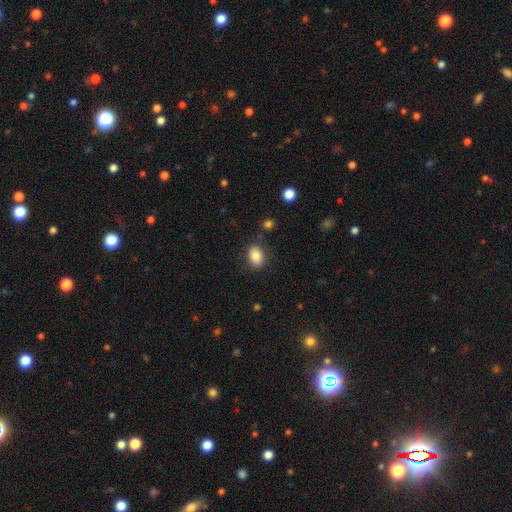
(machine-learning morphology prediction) This appears to be a smooth galaxy with no disk features (84%) that is in between round and cigar-shaped (80%). Merging: none (81%).